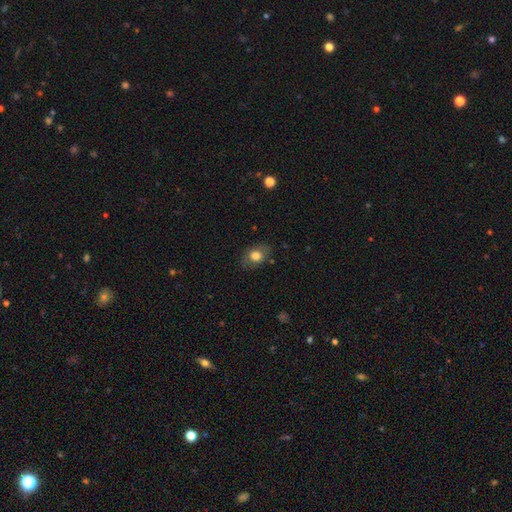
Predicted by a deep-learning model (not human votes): smooth_or_featured: smooth (p=0.77) [alt: featured or disk p=0.14]
how_rounded: in between (p=0.70) [alt: round p=0.29]
merging: none (p=0.78) [alt: minor disturbance p=0.15]